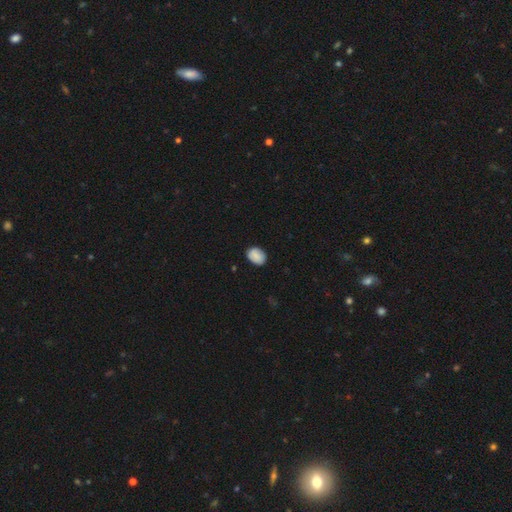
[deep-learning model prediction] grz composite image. It shows a smooth galaxy with no disk features (86%) that is in between round and cigar-shaped (68%). Merging: none (82%).